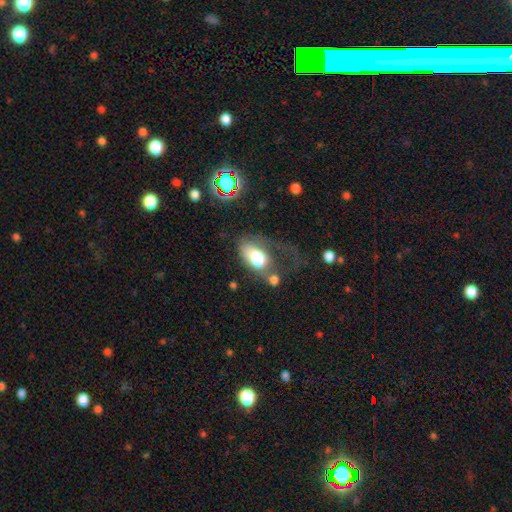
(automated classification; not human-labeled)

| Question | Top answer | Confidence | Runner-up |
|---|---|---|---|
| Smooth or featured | smooth | 68% | featured or disk (24%) |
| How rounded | in between | 87% | round (11%) |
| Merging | major disturbance | 45% | none (20%) |